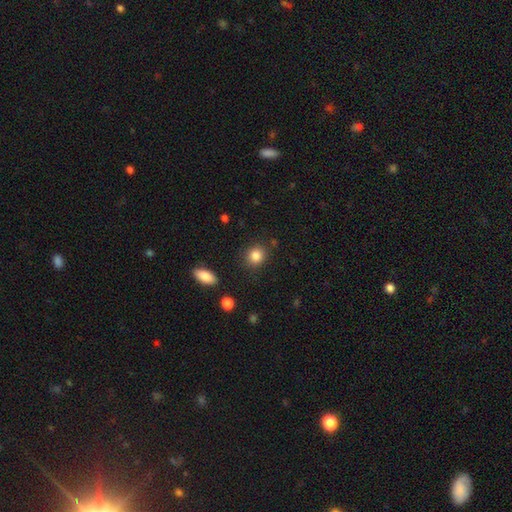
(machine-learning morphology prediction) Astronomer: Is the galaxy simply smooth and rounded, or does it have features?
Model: smooth — 85%.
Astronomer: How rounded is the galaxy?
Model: round — 77%.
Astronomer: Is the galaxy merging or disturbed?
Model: none — 87%.